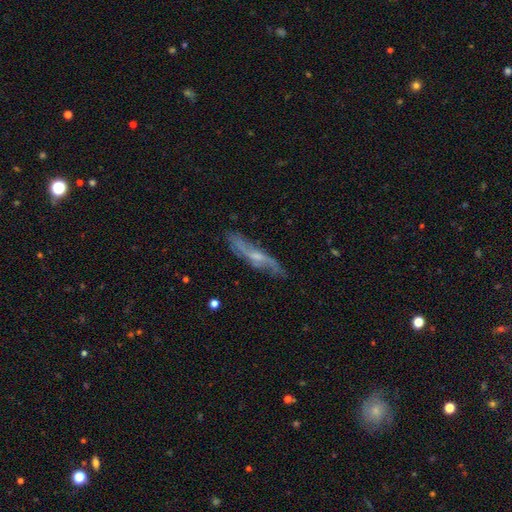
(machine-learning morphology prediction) Smooth or featured?
  - featured or disk: 71% *
  - smooth: 22%
  - star or artifact: 7%
Edge-on disk?
  - no: 56% *
  - yes: 44%
Merging?
  - none: 72% *
  - minor disturbance: 19%
  - major disturbance: 6%
  - merger: 2%